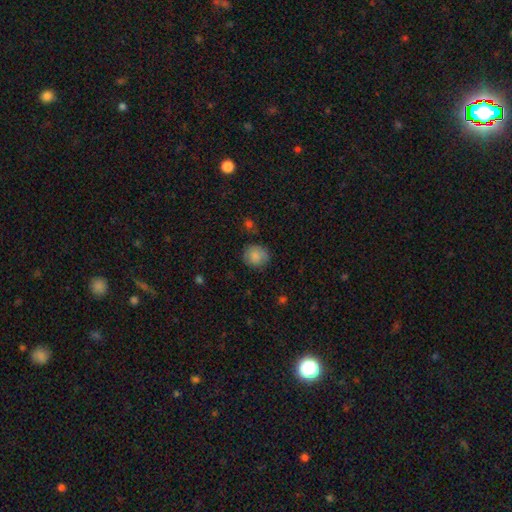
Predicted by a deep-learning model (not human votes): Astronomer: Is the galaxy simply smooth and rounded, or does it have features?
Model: smooth — 82%.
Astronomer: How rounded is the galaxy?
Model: round — 82%.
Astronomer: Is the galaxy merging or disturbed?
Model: none — 80%.